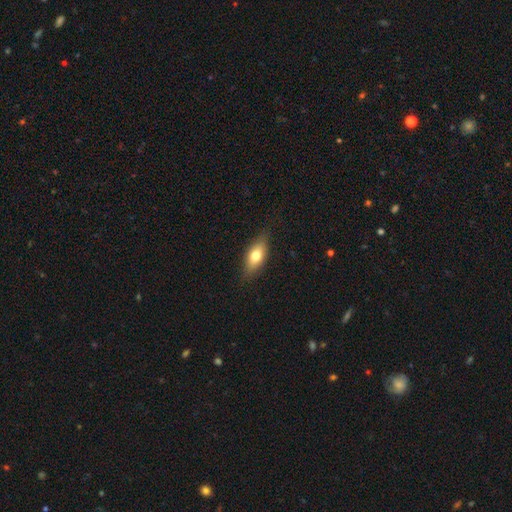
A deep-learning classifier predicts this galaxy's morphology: Smooth or featured? smooth (69%)
How rounded? in between (77%)
Merging? none (82%)